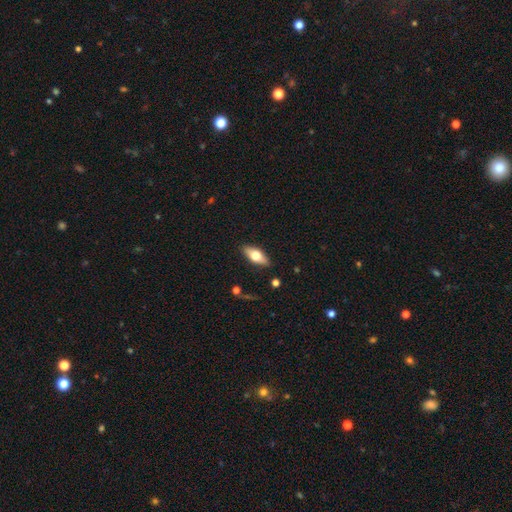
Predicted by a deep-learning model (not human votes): This is possibly a smooth galaxy (55%). How rounded: likely in between (74%). Merging: clearly none (87%).